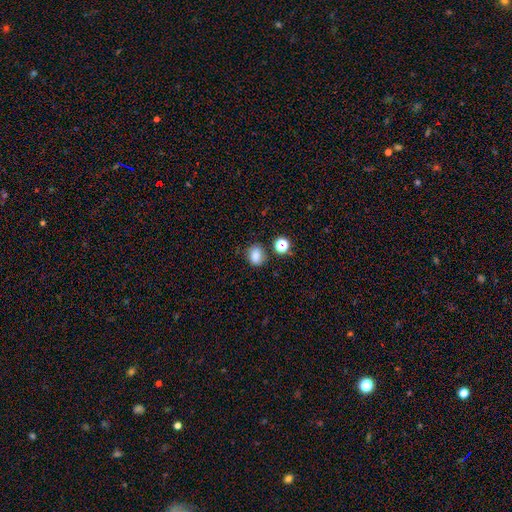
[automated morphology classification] Smooth or featured? Predicted: smooth (p=0.79). How rounded? Predicted: in between (p=0.53). Merging? Predicted: none (p=0.73).